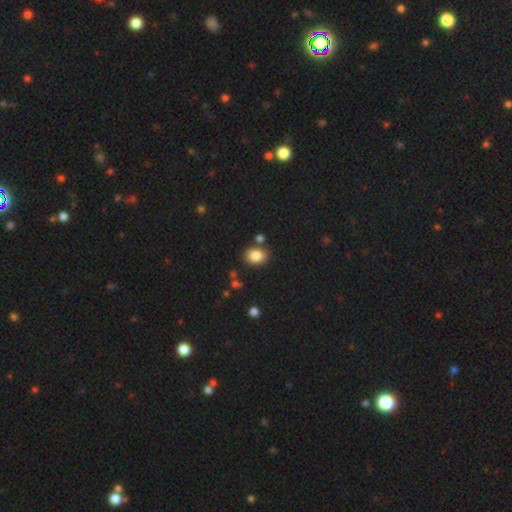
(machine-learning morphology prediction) This is clearly a smooth galaxy (85%). How rounded: possibly in between (58%). Merging: likely none (80%).